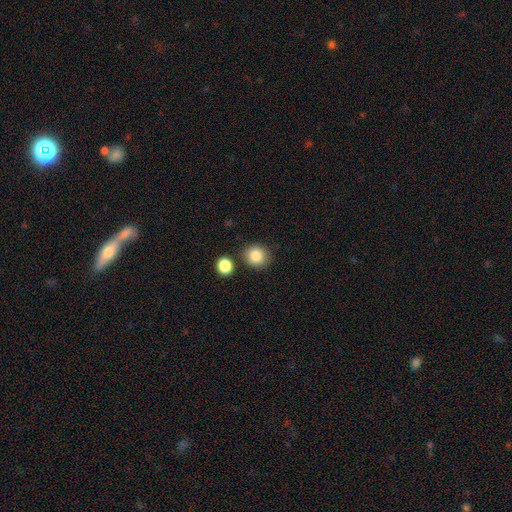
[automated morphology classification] Smooth or featured: smooth — 86% (star or artifact — 9%)
How rounded: round — 88% (in between — 11%)
Merging: none — 82% (minor disturbance — 9%)